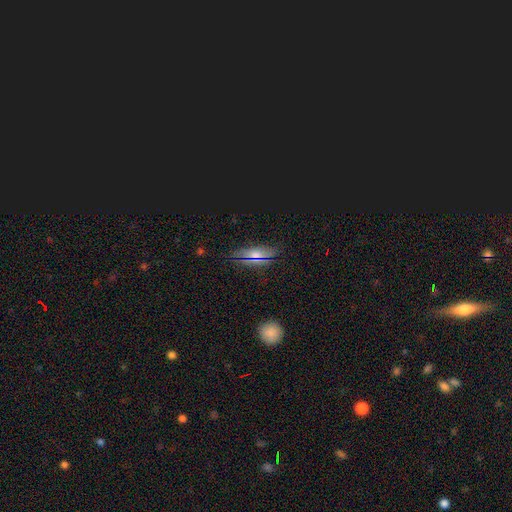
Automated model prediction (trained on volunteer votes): Smooth or featured? smooth (61%)
How rounded? in between (79%)
Merging? none (83%)